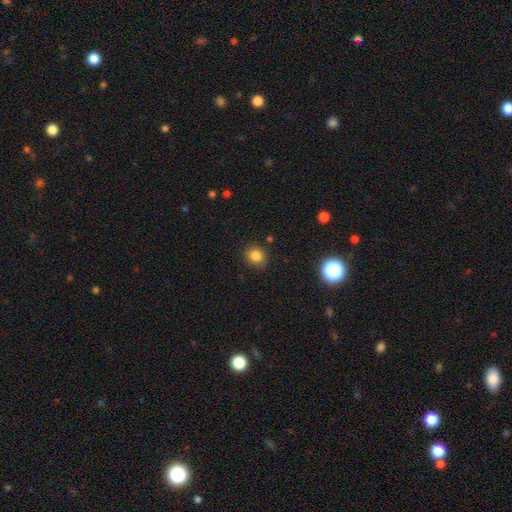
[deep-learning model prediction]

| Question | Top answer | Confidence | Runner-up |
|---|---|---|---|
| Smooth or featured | smooth | 83% | star or artifact (13%) |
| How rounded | round | 82% | in between (17%) |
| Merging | none | 87% | minor disturbance (9%) |